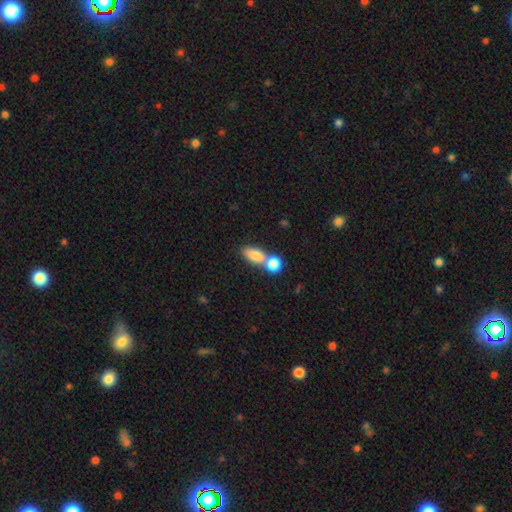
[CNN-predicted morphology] Overall: smooth (81%). How rounded: in between (76%). Merging: merger (53%; none 34%).